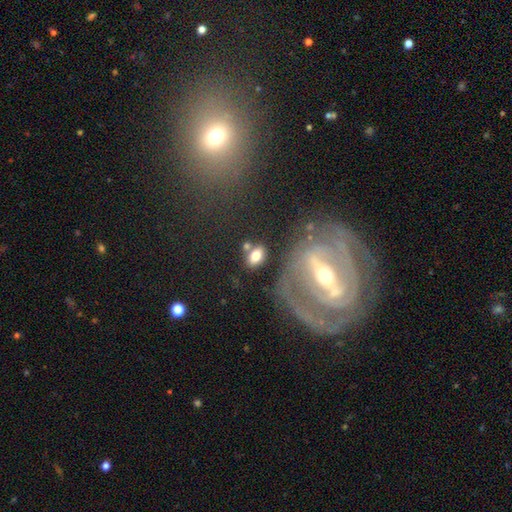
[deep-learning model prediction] Smooth or featured?
  - smooth: 76% *
  - featured or disk: 15%
  - star or artifact: 9%
How rounded?
  - in between: 85% *
  - round: 12%
  - cigar-shaped: 2%
Merging?
  - none: 67% *
  - minor disturbance: 14%
  - merger: 14%
  - major disturbance: 6%